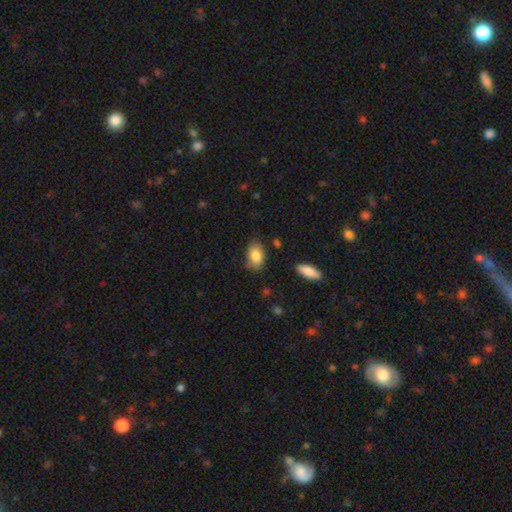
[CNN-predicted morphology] Smooth or featured? Predicted: smooth (p=0.84). How rounded? Predicted: in between (p=0.91). Merging? Predicted: none (p=0.75).